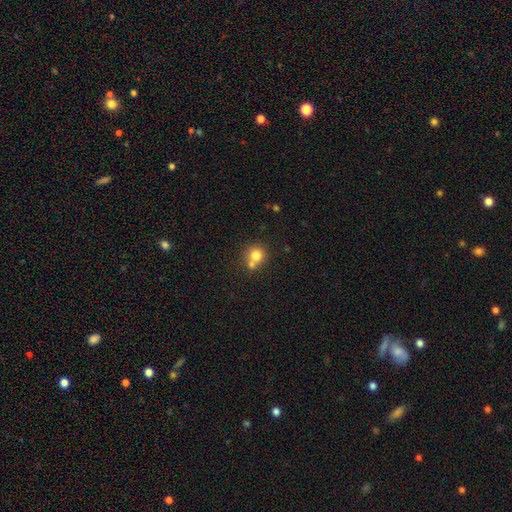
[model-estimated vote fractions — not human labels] Q: Smooth or featured?
A: smooth (77%); runner-up: star or artifact (11%)
Q: How rounded?
A: round (87%); runner-up: in between (13%)
Q: Merging?
A: none (46%); runner-up: merger (43%)